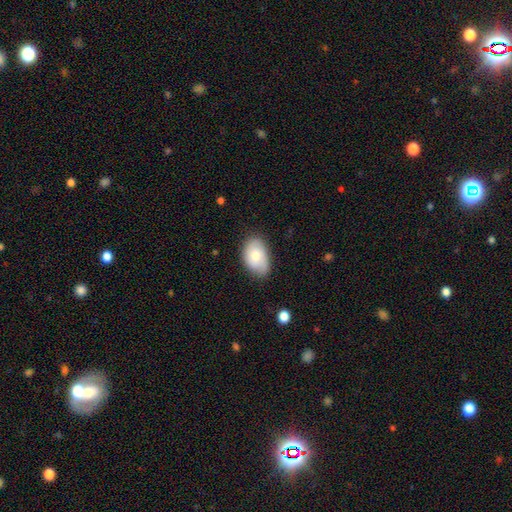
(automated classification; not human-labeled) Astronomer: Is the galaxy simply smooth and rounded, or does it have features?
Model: smooth — 69%.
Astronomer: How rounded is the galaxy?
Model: in between — 90%.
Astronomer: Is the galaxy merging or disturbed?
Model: none — 73%.